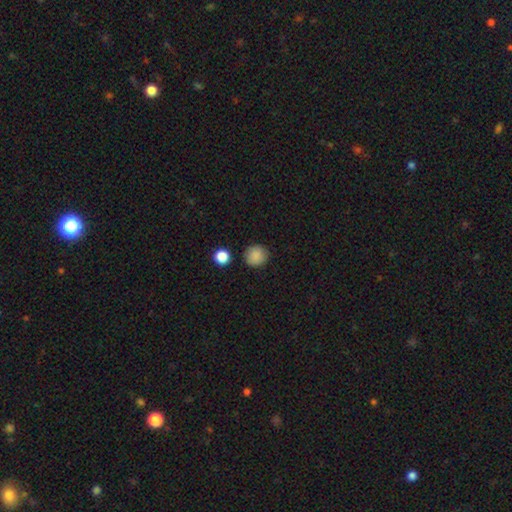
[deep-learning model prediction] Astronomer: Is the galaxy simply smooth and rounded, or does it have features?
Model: smooth — 87%.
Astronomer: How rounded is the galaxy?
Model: round — 90%.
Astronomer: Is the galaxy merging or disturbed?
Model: none — 87%.